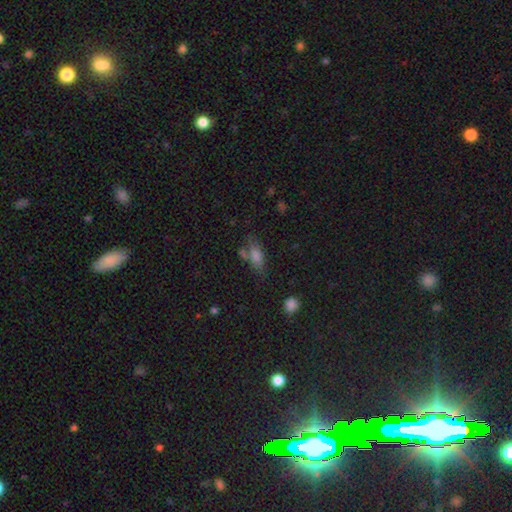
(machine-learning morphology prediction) Smooth or featured: smooth — 70% (featured or disk — 16%)
How rounded: in between — 72% (cigar-shaped — 23%)
Merging: none — 58% (minor disturbance — 19%)